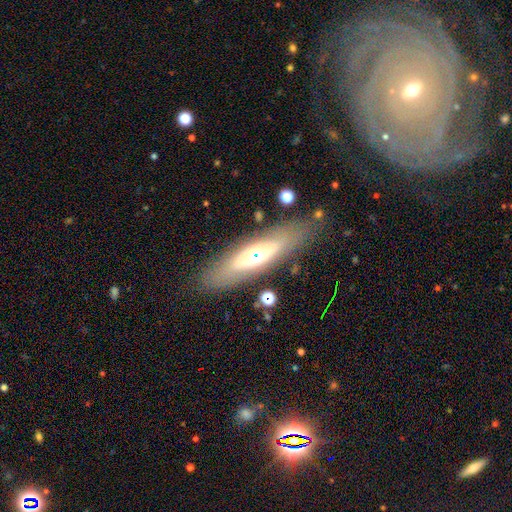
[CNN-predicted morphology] A featured or disk galaxy (49%).

Vote fractions:
- Smooth or featured? featured or disk: 49% / smooth: 41% / star or artifact: 10%
- Merging? none: 81% / minor disturbance: 11% / major disturbance: 5% / merger: 3%